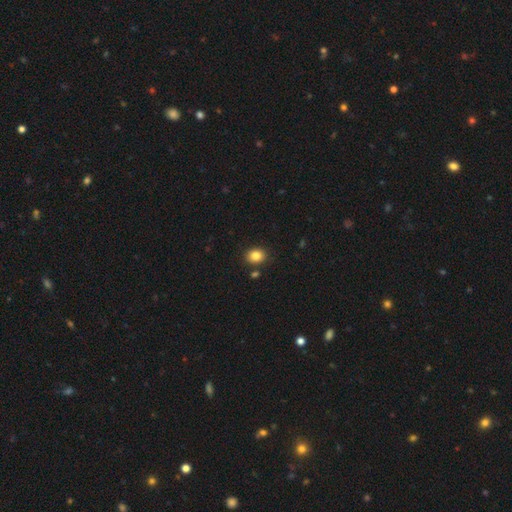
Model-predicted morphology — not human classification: smooth-or-featured: smooth: 85% | star or artifact: 10% | featured or disk: 5%
  how-rounded: round: 50% | in between: 49% | cigar-shaped: 1%
  merging: none: 85% | minor disturbance: 8% | merger: 4% | major disturbance: 2%